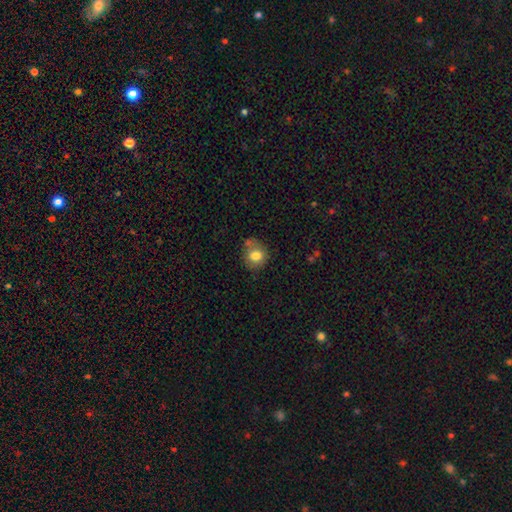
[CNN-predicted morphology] Smooth or featured? smooth (79%)
How rounded? round (74%)
Merging? none (64%)